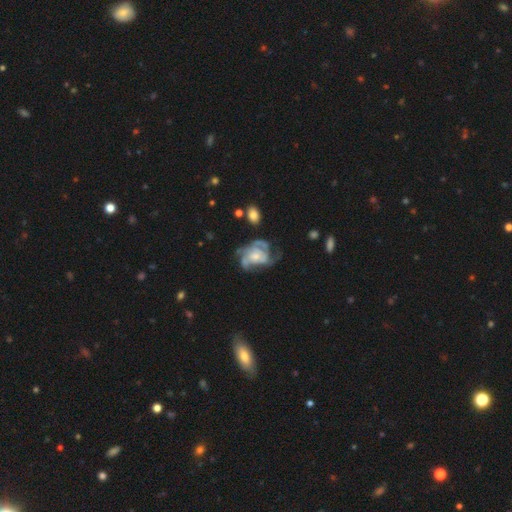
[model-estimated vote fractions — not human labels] Smooth or featured?
  - featured or disk: 77% *
  - smooth: 16%
  - star or artifact: 7%
Edge-on disk?
  - no: 98% *
  - yes: 2%
Bar?
  - no: 77% *
  - weak: 19%
  - strong: 4%
Spiral arms?
  - yes: 82% *
  - no: 18%
Spiral winding?
  - tight: 42% *
  - medium: 40%
  - loose: 18%
Spiral arm count?
  - can't tell: 32% *
  - 3: 30%
  - 2: 16%
  - 4: 13%
  - 1: 5%
  - more than 4: 5%
Bulge size?
  - moderate: 44% *
  - small: 40%
  - large: 8%
  - none: 6%
  - dominant: 2%
Merging?
  - none: 40% *
  - major disturbance: 32%
  - minor disturbance: 22%
  - merger: 6%